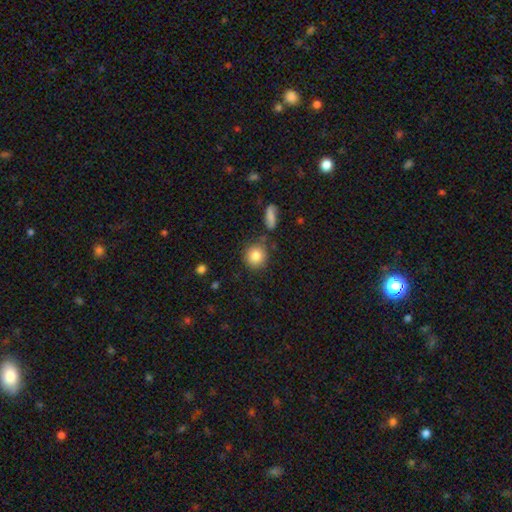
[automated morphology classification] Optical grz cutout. It shows a smooth galaxy with no disk features (83%) that is round (89%). Merging: none (78%).